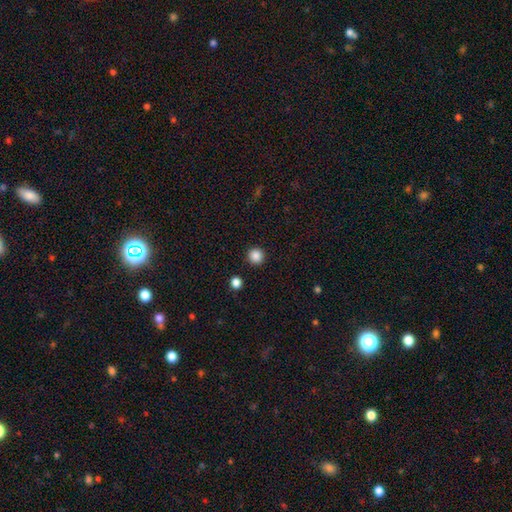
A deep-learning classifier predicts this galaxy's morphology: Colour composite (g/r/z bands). It shows a smooth galaxy with no disk features (87%) that is round (96%). Merging: none (92%).